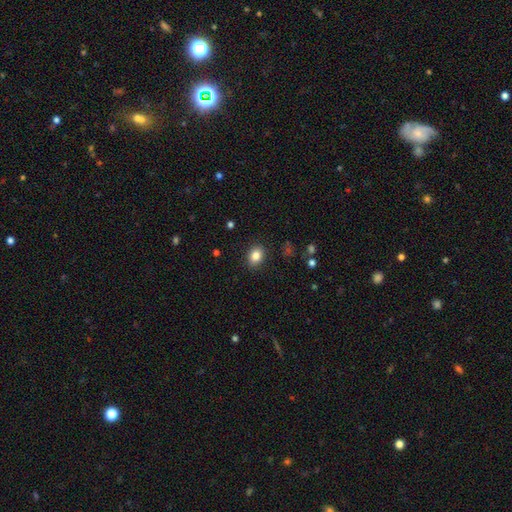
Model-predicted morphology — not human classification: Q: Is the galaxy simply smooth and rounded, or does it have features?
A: smooth — 84%.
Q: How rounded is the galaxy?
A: in between — 65%.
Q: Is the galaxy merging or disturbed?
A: none — 88%.